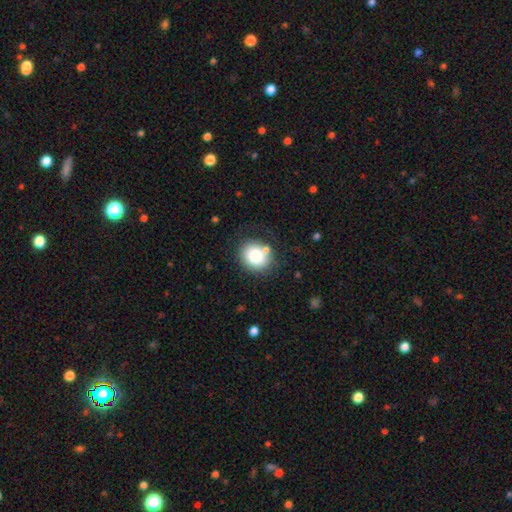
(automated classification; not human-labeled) A smooth galaxy with no disk features (81%) that is round (76%).

Vote fractions:
- Smooth or featured? smooth: 81% / star or artifact: 10% / featured or disk: 10%
- How rounded? round: 76% / in between: 23% / cigar-shaped: 1%
- Merging? none: 74% / minor disturbance: 13% / merger: 7% / major disturbance: 5%